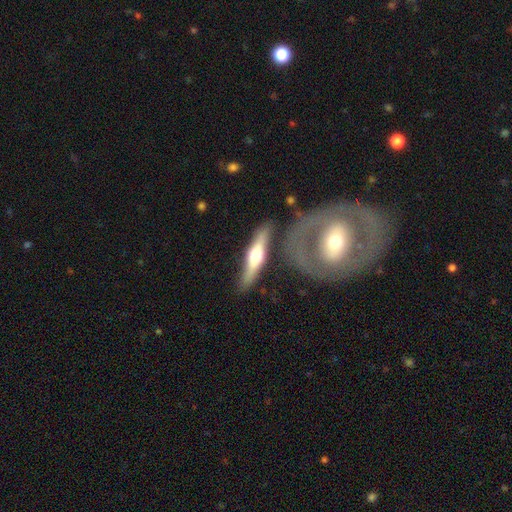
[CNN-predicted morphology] featured or disk 56%, smooth 39%, star or artifact 5%. Down the decision tree: edge-on disk — yes (88%); merging — none (78%).